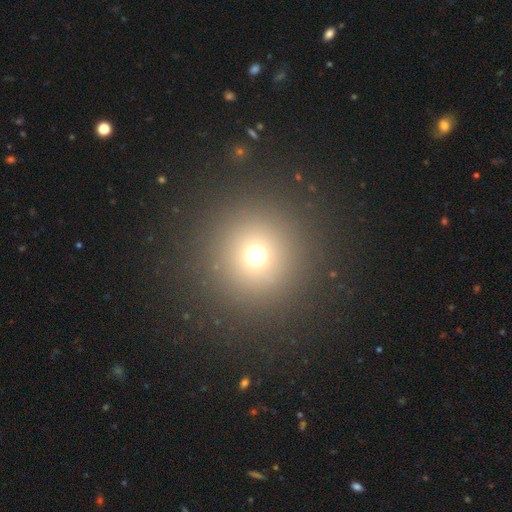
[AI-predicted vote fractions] smooth_or_featured: smooth (p=0.68) [alt: star or artifact p=0.23]
how_rounded: round (p=0.96) [alt: in between p=0.03]
merging: none (p=0.89) [alt: minor disturbance p=0.05]